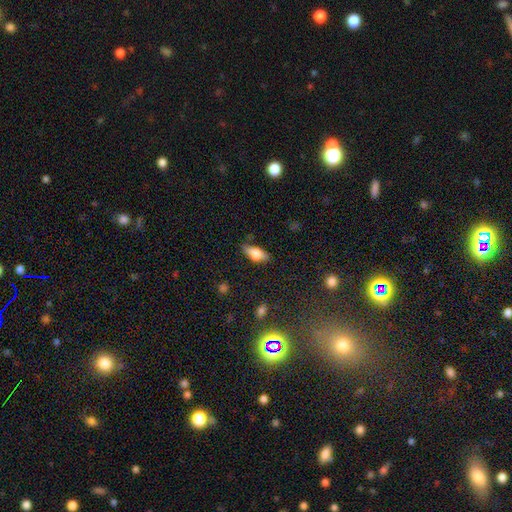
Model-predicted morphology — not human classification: Smooth or featured: smooth — 72% (featured or disk — 20%)
How rounded: in between — 81% (cigar-shaped — 15%)
Merging: none — 61% (minor disturbance — 29%)